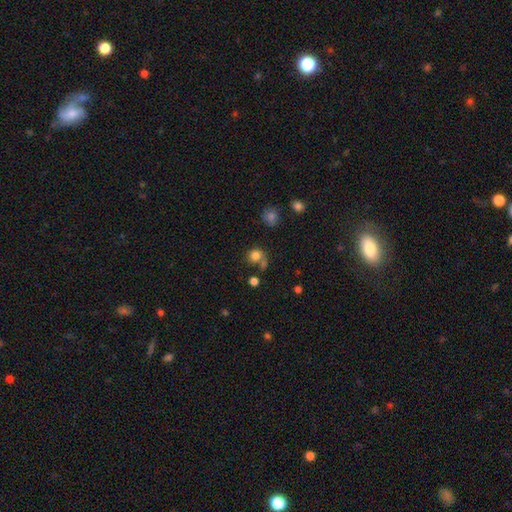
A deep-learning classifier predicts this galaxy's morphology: Smooth or featured?
  - smooth: 80% *
  - star or artifact: 12%
  - featured or disk: 8%
How rounded?
  - round: 81% *
  - in between: 18%
  - cigar-shaped: 1%
Merging?
  - none: 54% *
  - merger: 24%
  - minor disturbance: 14%
  - major disturbance: 9%